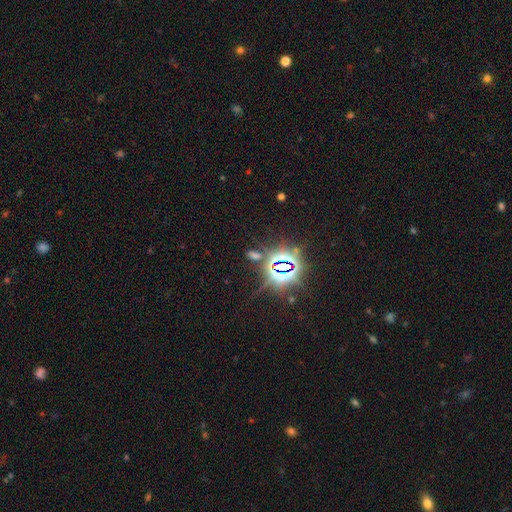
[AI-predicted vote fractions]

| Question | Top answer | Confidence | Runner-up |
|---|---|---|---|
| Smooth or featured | star or artifact | 71% | smooth (20%) |